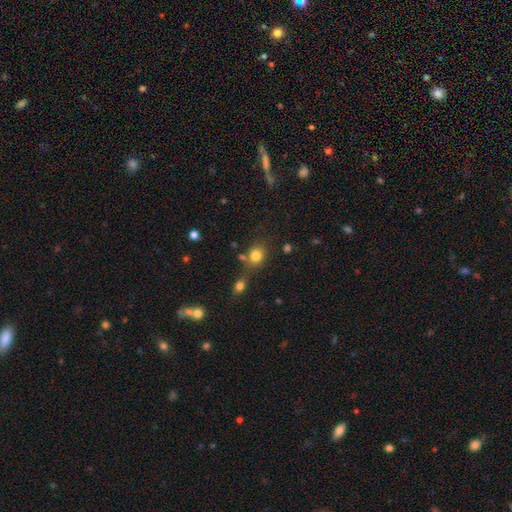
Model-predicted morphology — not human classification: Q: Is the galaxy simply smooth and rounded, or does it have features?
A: smooth — 80%.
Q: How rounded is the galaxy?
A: round — 64%.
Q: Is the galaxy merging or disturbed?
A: none — 60%.